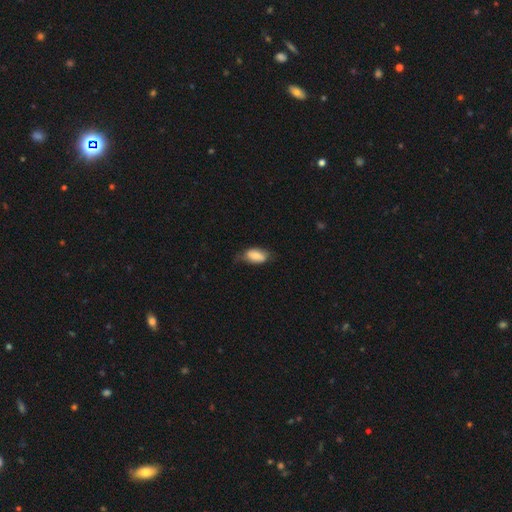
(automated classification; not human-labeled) A smooth galaxy with no disk features (74%) that is in between round and cigar-shaped (90%). Merging: none (54%).